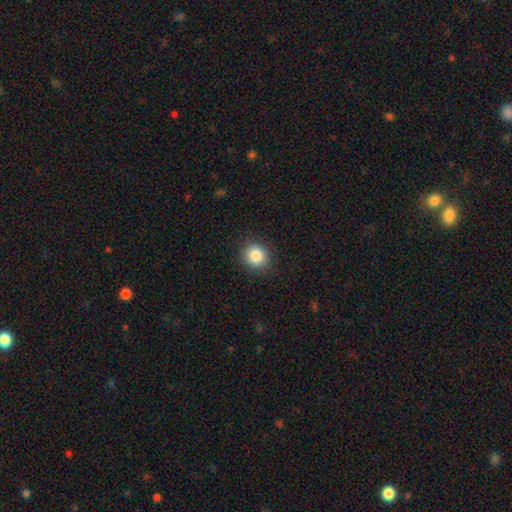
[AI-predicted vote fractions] smooth-or-featured: smooth: 86% | star or artifact: 9% | featured or disk: 5%
  how-rounded: round: 83% | in between: 16% | cigar-shaped: 1%
  merging: none: 90% | minor disturbance: 7% | major disturbance: 2% | merger: 1%